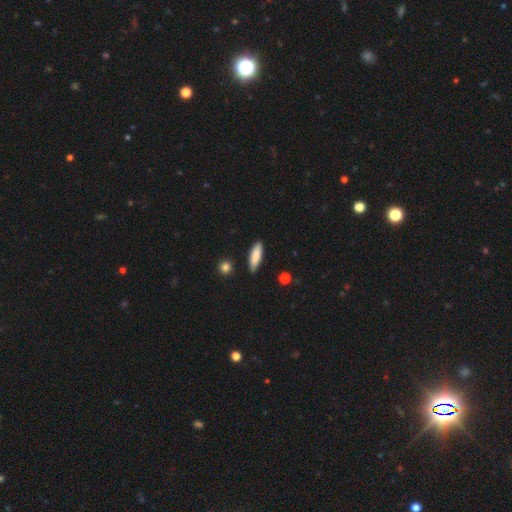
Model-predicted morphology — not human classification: type=smooth (84%); roundness=cigar-shaped (56%); merging=none (87%).